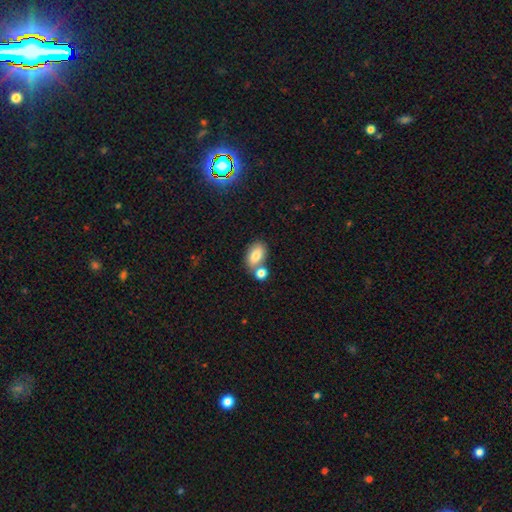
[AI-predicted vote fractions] smooth_or_featured: smooth (p=0.80) [alt: featured or disk p=0.12]
how_rounded: in between (p=0.87) [alt: round p=0.10]
merging: none (p=0.49) [alt: merger p=0.35]